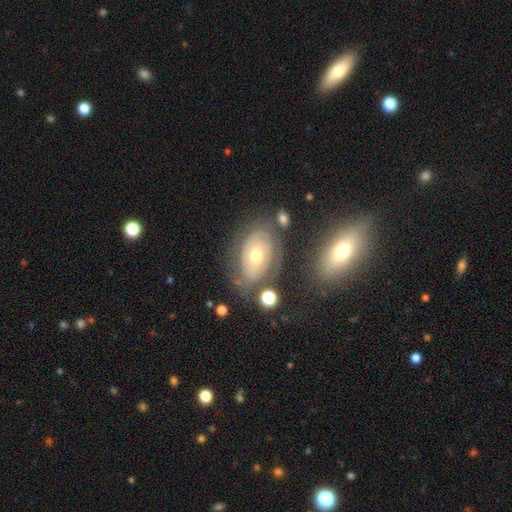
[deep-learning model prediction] smooth-or-featured: featured or disk: 69% | smooth: 24% | star or artifact: 7%
  disk-edge-on: no: 94% | yes: 6%
    bar: no: 78% | weak: 17% | strong: 5%
    has-spiral-arms: yes: 67% | no: 33%
    bulge-size: moderate: 70% | small: 20% | large: 7% | dominant: 1% | none: 1%
  merging: none: 61% | minor disturbance: 20% | major disturbance: 11% | merger: 7%